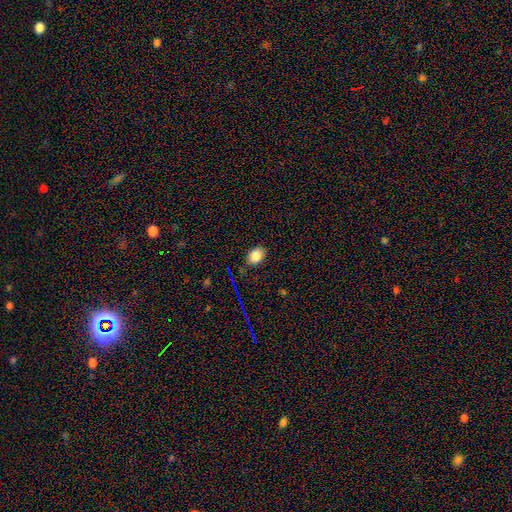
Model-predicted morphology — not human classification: A smooth galaxy with no disk features (84%) that is in between round and cigar-shaped (80%).

Vote fractions:
- Smooth or featured? smooth: 84% / star or artifact: 10% / featured or disk: 6%
- How rounded? in between: 80% / round: 19% / cigar-shaped: 1%
- Merging? none: 83% / minor disturbance: 12% / major disturbance: 3% / merger: 2%